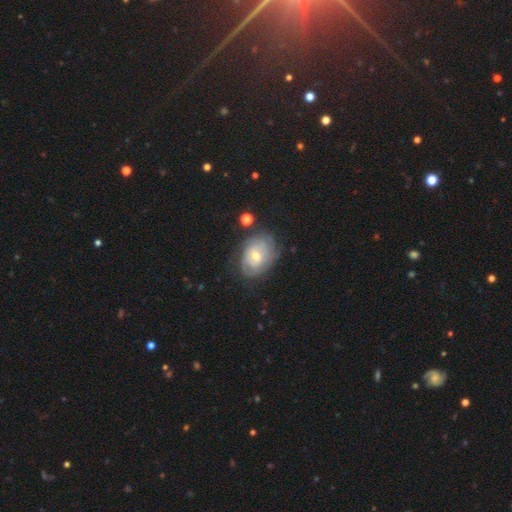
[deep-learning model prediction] This appears to be a featured or disk galaxy (72%) with no bar (69%), tight (74%) spiral arms (81%) and a moderate central bulge (57%). Merging: none (68%).